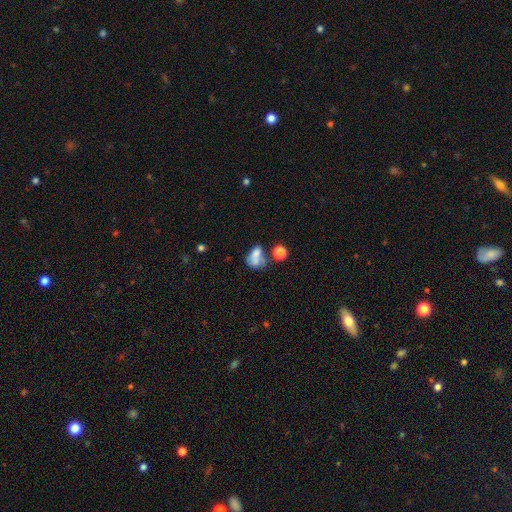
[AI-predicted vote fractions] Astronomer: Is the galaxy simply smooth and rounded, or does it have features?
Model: smooth — 64%.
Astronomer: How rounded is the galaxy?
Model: in between — 68%.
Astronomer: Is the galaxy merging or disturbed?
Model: merger — 45% (runner-up: none, 23%).